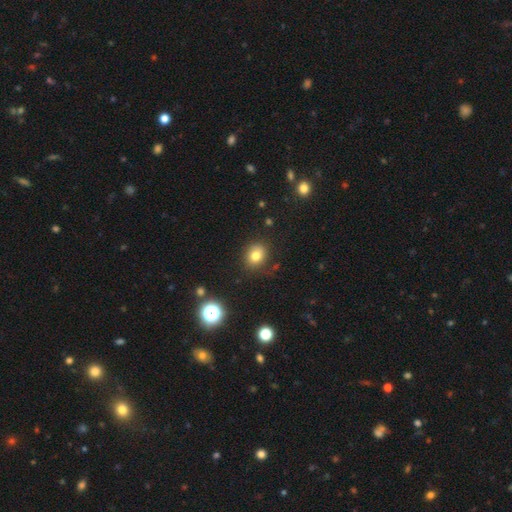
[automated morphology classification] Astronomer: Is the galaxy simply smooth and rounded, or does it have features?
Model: smooth — 76%.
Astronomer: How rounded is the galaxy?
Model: round — 63%.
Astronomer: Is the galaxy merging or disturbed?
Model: none — 82%.